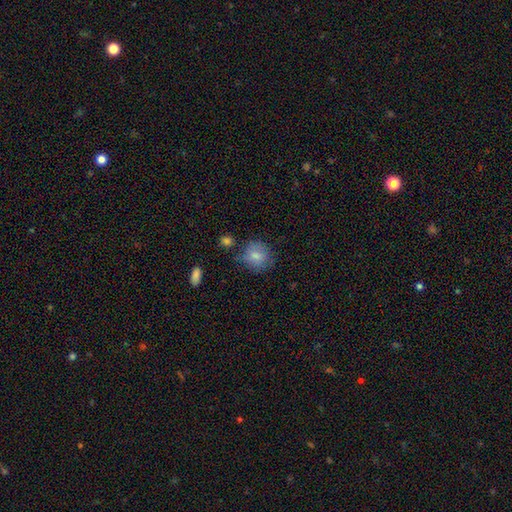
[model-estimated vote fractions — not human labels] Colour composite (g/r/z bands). It shows a smooth galaxy with no disk features (79%) that is round (79%). Merging: none (69%).